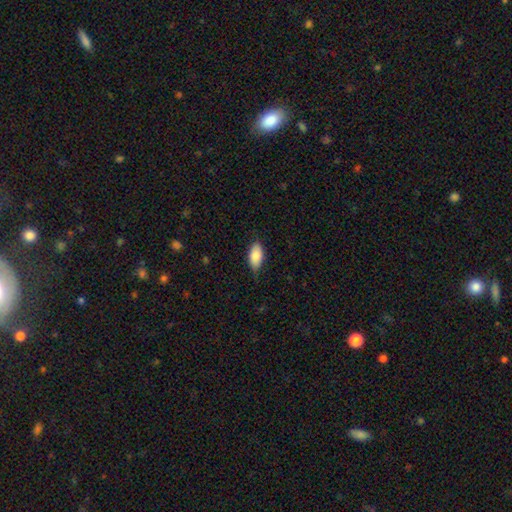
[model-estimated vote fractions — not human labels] Morphology: type=smooth (86%); roundness=in between (92%); merging=none (80%).